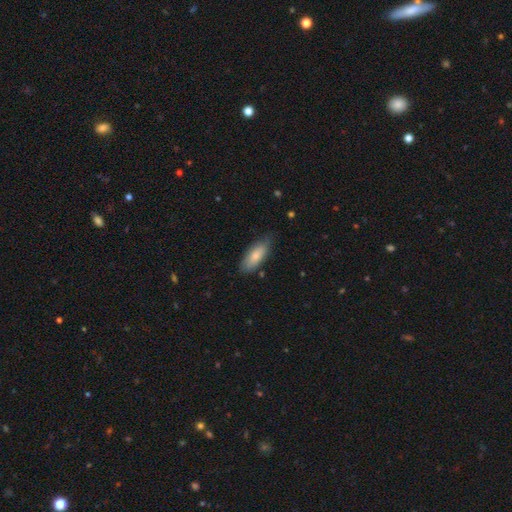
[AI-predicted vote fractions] A smooth galaxy with no disk features (79%) that is in between round and cigar-shaped (78%). Merging: none (74%).